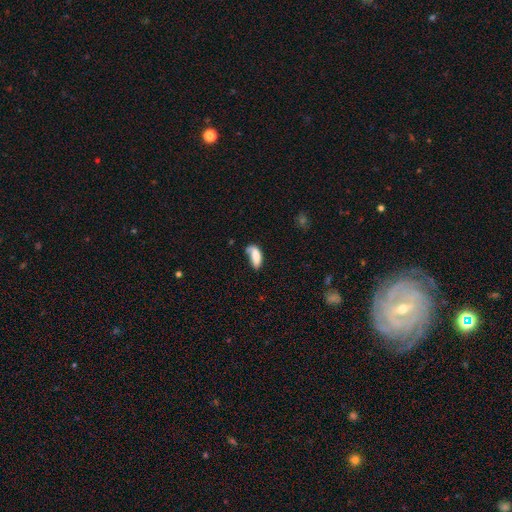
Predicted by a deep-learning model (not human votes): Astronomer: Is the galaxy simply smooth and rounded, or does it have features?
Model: smooth — 77%.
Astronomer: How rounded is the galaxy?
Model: in between — 82%.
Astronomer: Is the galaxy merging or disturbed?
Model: none — 39% (runner-up: minor disturbance, 28%).